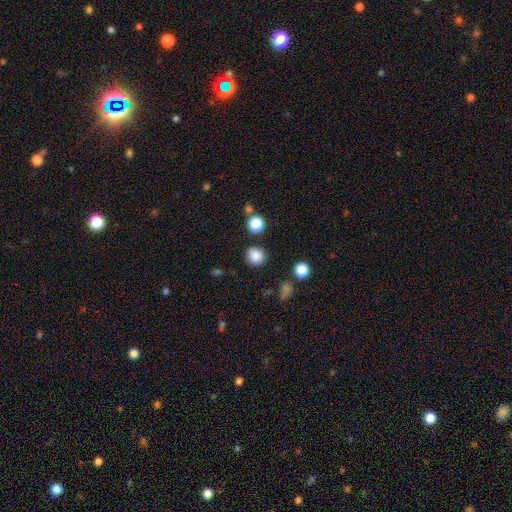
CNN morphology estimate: smooth_or_featured: smooth (p=0.85) [alt: star or artifact p=0.11]
how_rounded: round (p=0.84) [alt: in between p=0.15]
merging: none (p=0.83) [alt: minor disturbance p=0.10]